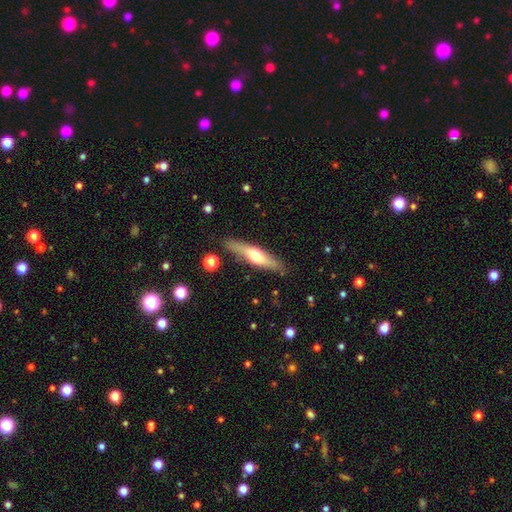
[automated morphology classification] This appears to be a featured or disk galaxy (51%) viewed edge-on (87%). Merging: none (82%).